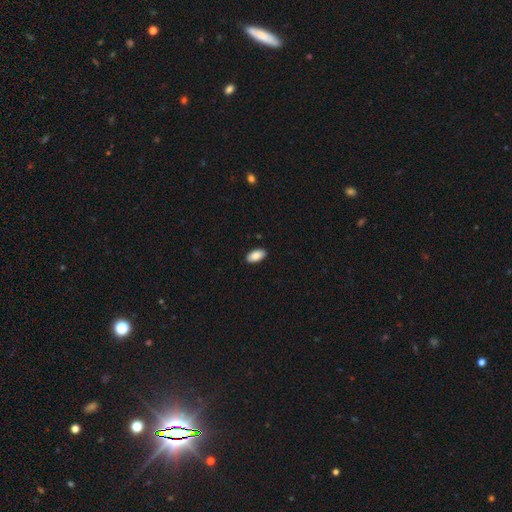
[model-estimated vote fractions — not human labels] Morphology: type=smooth (87%); roundness=in between (94%); merging=none (90%).